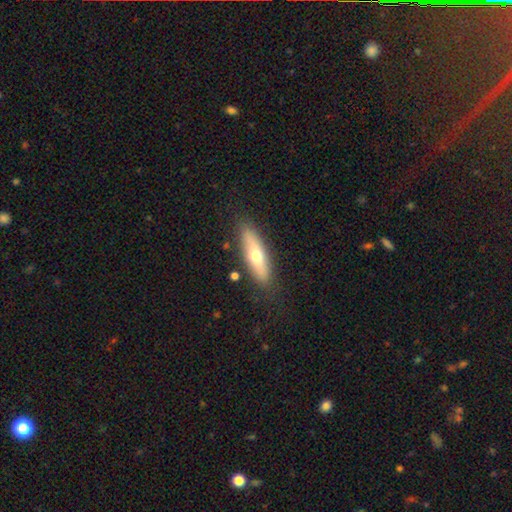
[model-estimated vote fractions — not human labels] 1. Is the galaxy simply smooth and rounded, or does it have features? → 57% smooth, 36% featured or disk, 6% star or artifact.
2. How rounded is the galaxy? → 58% cigar-shaped, 39% in between, 2% round.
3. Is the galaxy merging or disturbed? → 83% none, 11% minor disturbance, 3% major disturbance, 2% merger.